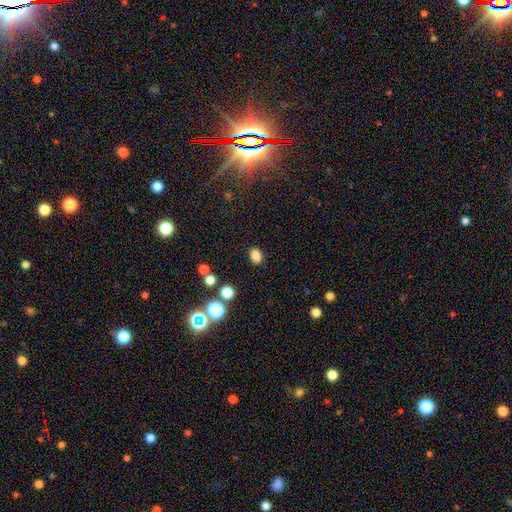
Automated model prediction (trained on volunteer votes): This is clearly a smooth galaxy (84%). How rounded: likely in between (75%). Merging: clearly none (86%).